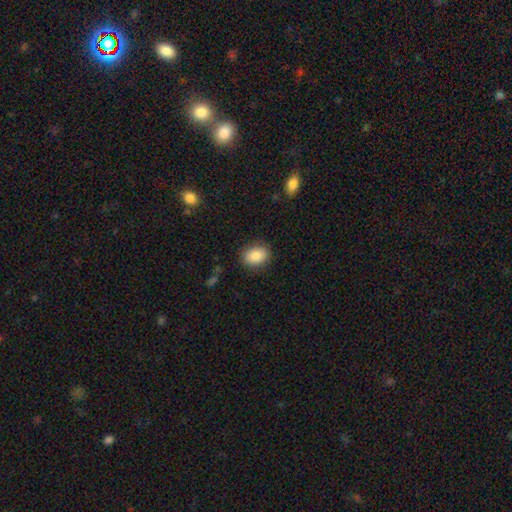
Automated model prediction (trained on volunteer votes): Smooth or featured? smooth (85%)
How rounded? in between (64%)
Merging? none (86%)